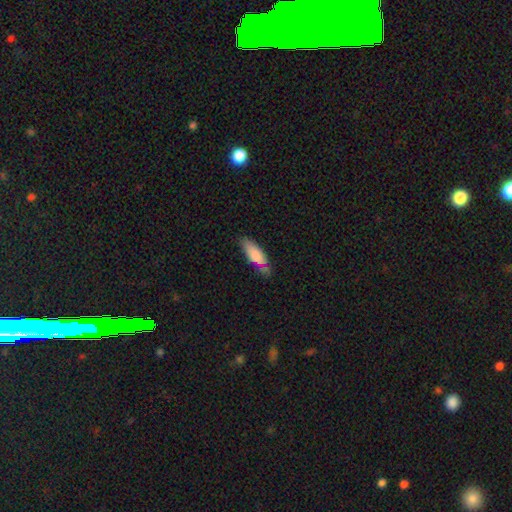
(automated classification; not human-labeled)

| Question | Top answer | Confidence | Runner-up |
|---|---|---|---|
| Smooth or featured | smooth | 80% | featured or disk (13%) |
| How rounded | in between | 64% | cigar-shaped (34%) |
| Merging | none | 62% | minor disturbance (26%) |